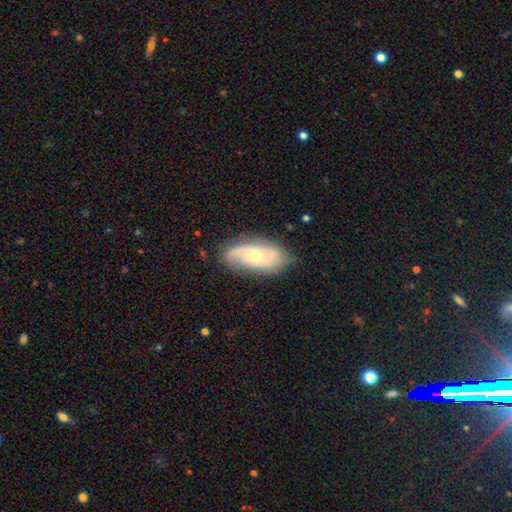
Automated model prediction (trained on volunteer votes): Overall: featured or disk (71%). Edge-on disk: no (93%). Bar: no (70%). Spiral arms: yes (89%). Spiral arm count: 2 (60%; can't tell 22%). Spiral winding: medium (41%; tight 34%). Bulge size: small (56%; moderate 40%). Merging: none (75%).